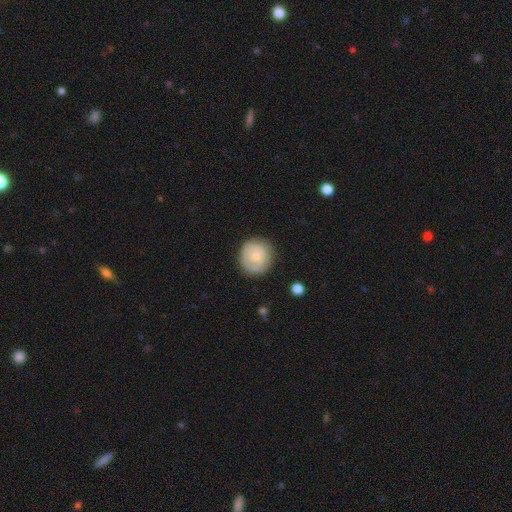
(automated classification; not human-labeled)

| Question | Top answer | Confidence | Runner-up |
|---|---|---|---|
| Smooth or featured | smooth | 71% | featured or disk (22%) |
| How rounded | round | 89% | in between (10%) |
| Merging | none | 79% | minor disturbance (15%) |